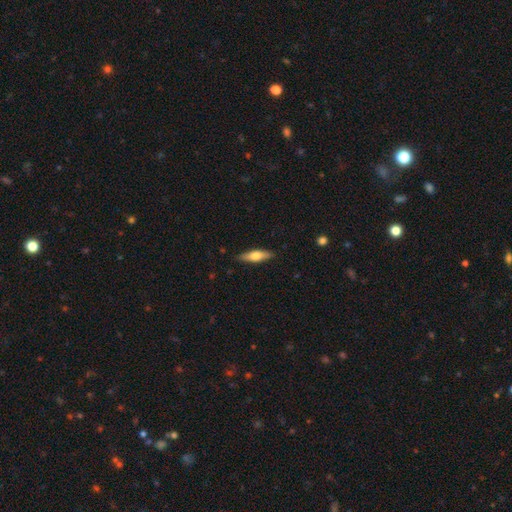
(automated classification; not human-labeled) This is possibly a smooth galaxy (53%). How rounded: likely cigar-shaped (63%). Merging: clearly none (87%).